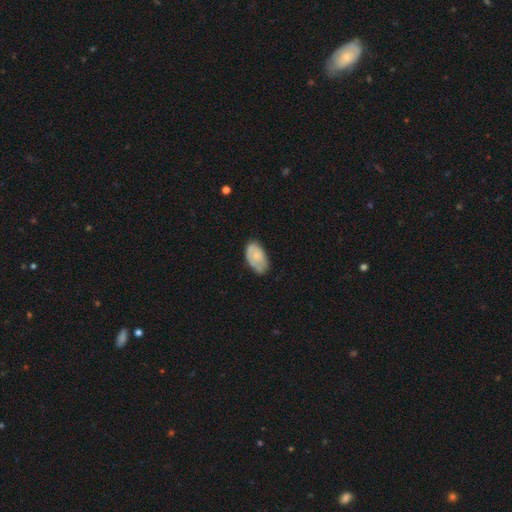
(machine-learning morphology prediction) This appears to be a smooth galaxy with no disk features (60%) that is in between round and cigar-shaped (94%). Merging: none (58%).